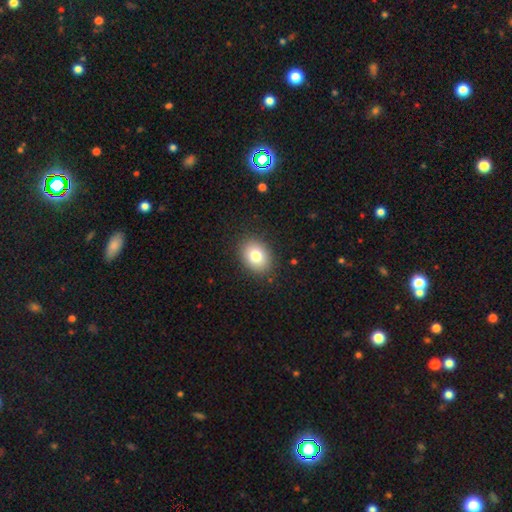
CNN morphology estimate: Smooth or featured?
  - smooth: 80% *
  - featured or disk: 11%
  - star or artifact: 9%
How rounded?
  - in between: 64% *
  - round: 35%
  - cigar-shaped: 1%
Merging?
  - none: 88% *
  - minor disturbance: 8%
  - major disturbance: 3%
  - merger: 1%